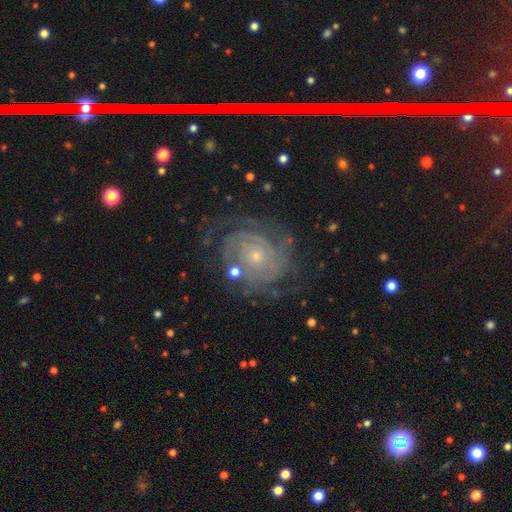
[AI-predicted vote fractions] Smooth or featured: featured or disk — 88% (smooth — 6%)
Edge-on disk: no — 98% (yes — 2%)
Bar: no — 79% (weak — 17%)
Spiral arms: yes — 97% (no — 3%)
Spiral winding: tight — 76% (medium — 19%)
Spiral arm count: 2 — 30% (can't tell — 26%)
Bulge size: small — 73% (moderate — 23%)
Merging: none — 70% (minor disturbance — 16%)